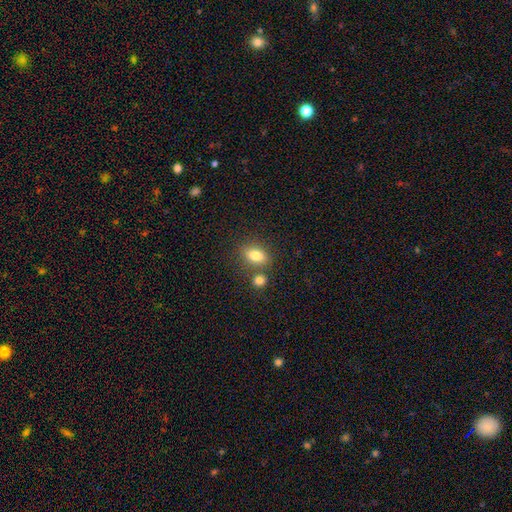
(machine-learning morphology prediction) A smooth galaxy with no disk features (81%) that is in between round and cigar-shaped (79%). Merging: none (66%).